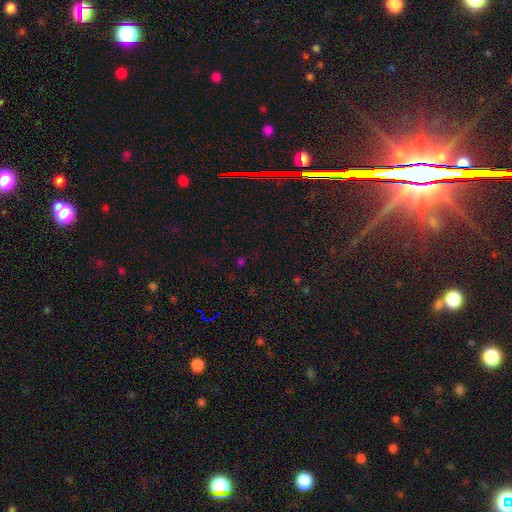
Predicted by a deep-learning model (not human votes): A star or artifact, not a galaxy (63%).